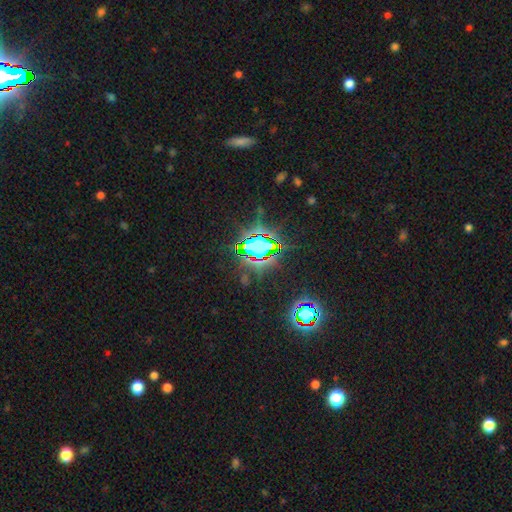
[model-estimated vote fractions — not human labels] A star or artifact, not a galaxy (79%).

Vote fractions:
- Smooth or featured? star or artifact: 79% / smooth: 12% / featured or disk: 9%